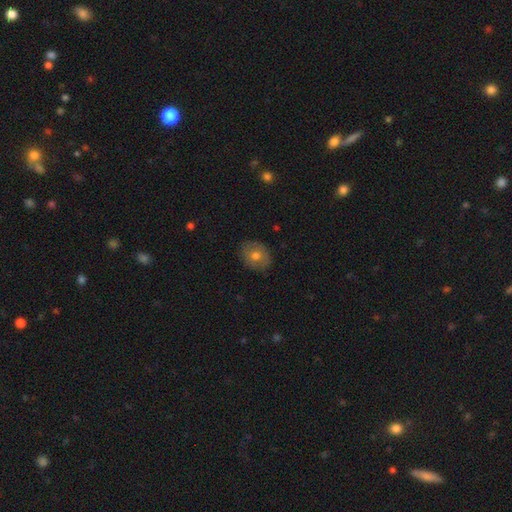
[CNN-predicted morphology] Q: Smooth or featured?
A: smooth (69%); runner-up: featured or disk (23%)
Q: How rounded?
A: round (54%); runner-up: in between (45%)
Q: Merging?
A: none (84%); runner-up: minor disturbance (12%)